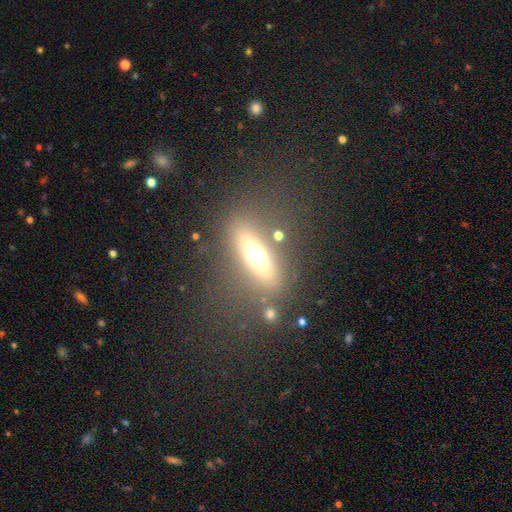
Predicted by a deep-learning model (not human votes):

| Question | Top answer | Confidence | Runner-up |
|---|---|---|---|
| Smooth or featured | smooth | 47% | featured or disk (41%) |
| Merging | none | 76% | minor disturbance (11%) |